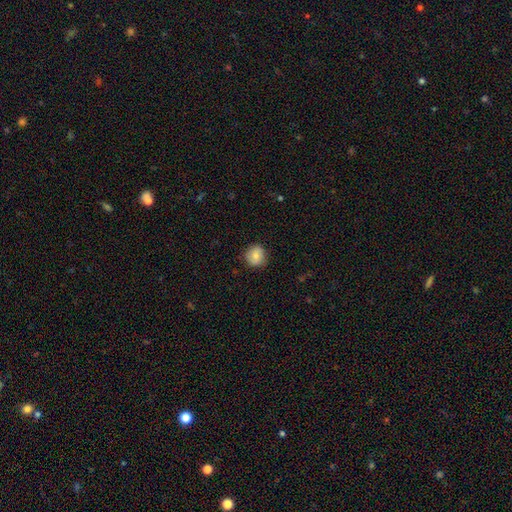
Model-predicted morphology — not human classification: A smooth galaxy with no disk features (81%) that is round (88%). Merging: none (85%).